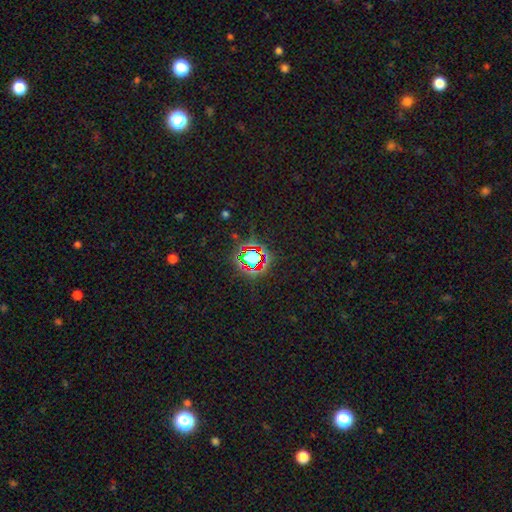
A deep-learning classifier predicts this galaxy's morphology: A star or artifact, not a galaxy (73%).